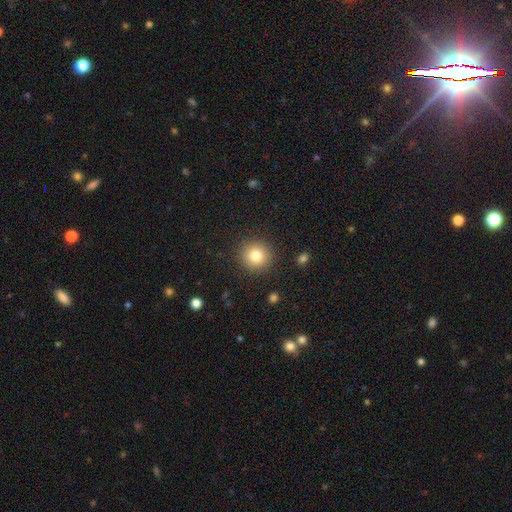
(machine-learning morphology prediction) A smooth galaxy with no disk features (81%) that is round (93%).

Vote fractions:
- Smooth or featured? smooth: 81% / star or artifact: 11% / featured or disk: 8%
- How rounded? round: 93% / in between: 6% / cigar-shaped: 1%
- Merging? none: 90% / minor disturbance: 6% / major disturbance: 2% / merger: 1%